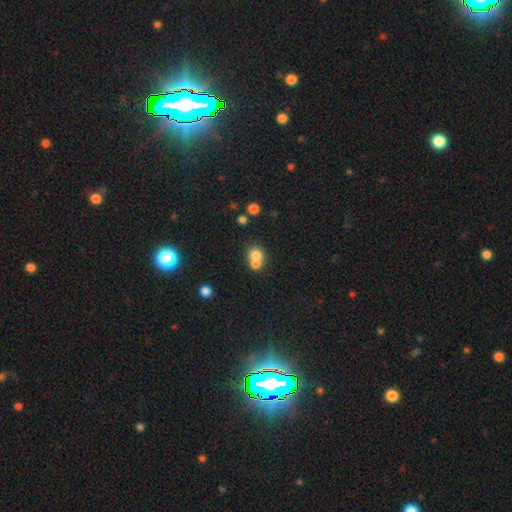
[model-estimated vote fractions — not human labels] Smooth or featured: smooth — 74% (featured or disk — 14%)
How rounded: round — 76% (in between — 23%)
Merging: merger — 58% (none — 34%)